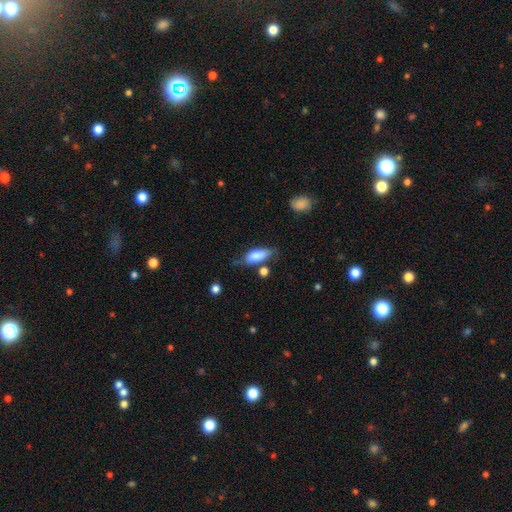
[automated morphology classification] smooth_or_featured: smooth (p=0.74) [alt: featured or disk p=0.19]
how_rounded: in between (p=0.76) [alt: cigar-shaped p=0.21]
merging: none (p=0.61) [alt: minor disturbance p=0.25]